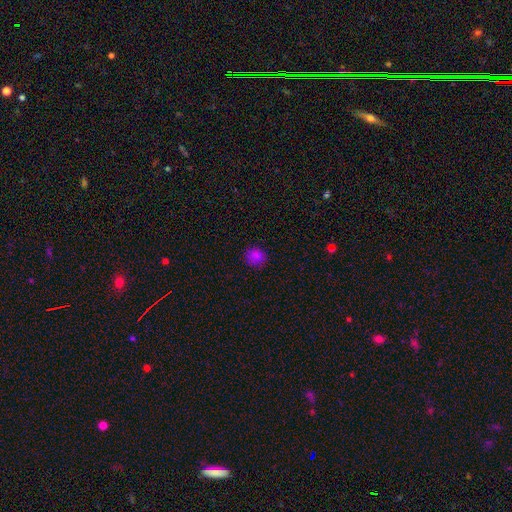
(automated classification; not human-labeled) A smooth galaxy with no disk features (82%) that is round (84%). Merging: none (87%).